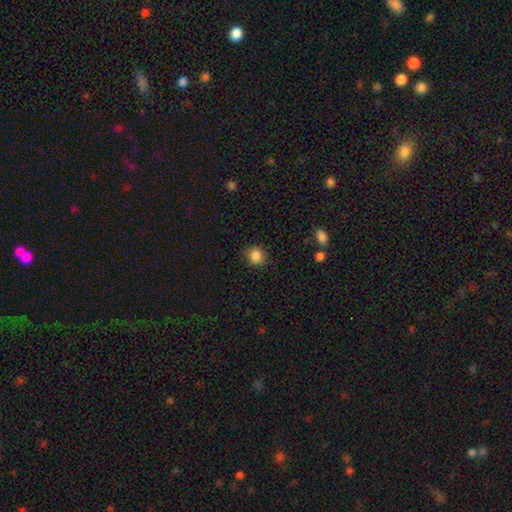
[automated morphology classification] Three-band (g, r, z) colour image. It shows a smooth galaxy with no disk features (86%) that is round (77%). Merging: none (81%).